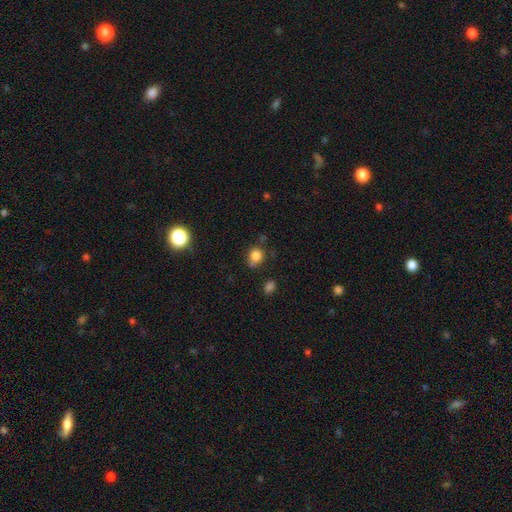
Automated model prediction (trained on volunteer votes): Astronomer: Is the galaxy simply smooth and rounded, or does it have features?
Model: smooth — 81%.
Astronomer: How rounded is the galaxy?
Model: round — 72%.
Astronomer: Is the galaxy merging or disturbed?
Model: none — 58%.